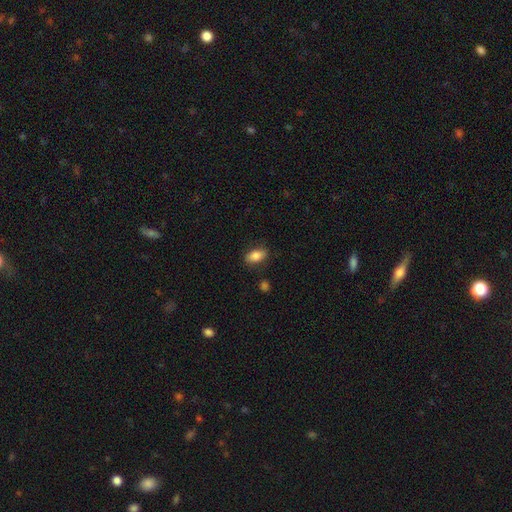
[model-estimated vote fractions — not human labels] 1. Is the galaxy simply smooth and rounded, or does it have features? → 83% smooth, 9% featured or disk, 8% star or artifact.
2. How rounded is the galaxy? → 89% in between, 6% round, 5% cigar-shaped.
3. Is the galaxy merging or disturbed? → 83% none, 12% minor disturbance, 3% major disturbance, 2% merger.